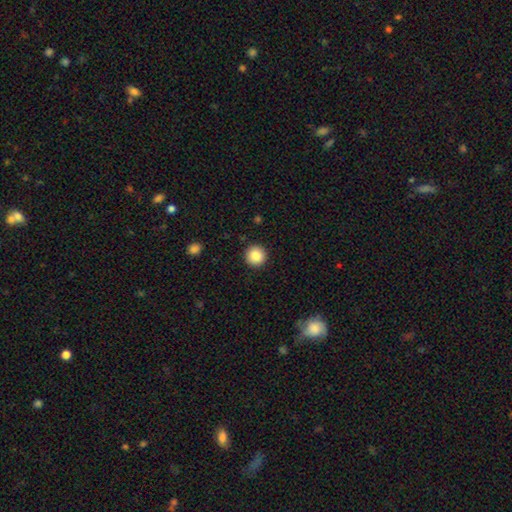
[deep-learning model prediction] Smooth or featured?
  - smooth: 87% *
  - star or artifact: 9%
  - featured or disk: 4%
How rounded?
  - round: 96% *
  - in between: 3%
  - cigar-shaped: 1%
Merging?
  - none: 93% *
  - minor disturbance: 5%
  - major disturbance: 2%
  - merger: 1%